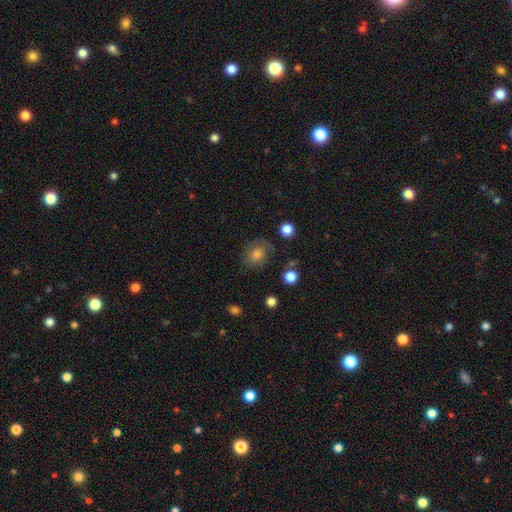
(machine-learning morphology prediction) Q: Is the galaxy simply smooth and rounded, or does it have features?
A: smooth — 54%.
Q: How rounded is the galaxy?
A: round — 58%.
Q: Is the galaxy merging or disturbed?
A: none — 72%.